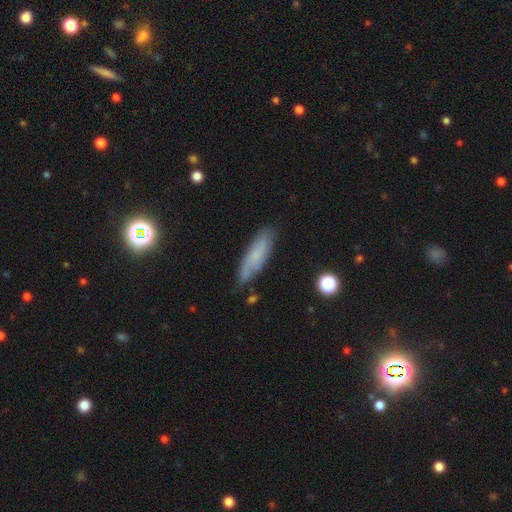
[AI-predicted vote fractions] The model was most divided on "how rounded": cigar-shaped: 60%, in between: 38%, round: 2%. More confident: merging — none (79%); smooth or featured — smooth (65%).